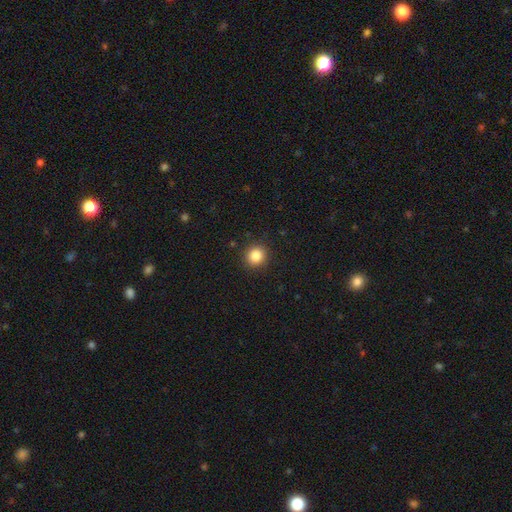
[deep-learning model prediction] Smooth or featured: smooth — 85% (star or artifact — 11%)
How rounded: round — 90% (in between — 9%)
Merging: none — 91% (minor disturbance — 6%)